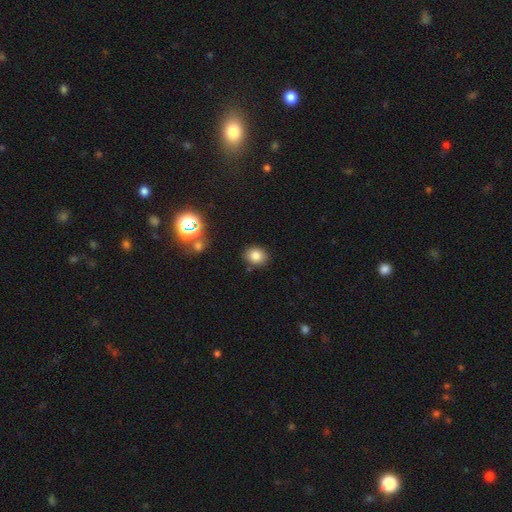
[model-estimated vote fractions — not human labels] Smooth or featured: smooth — 80% (star or artifact — 13%)
How rounded: round — 63% (in between — 36%)
Merging: none — 85% (minor disturbance — 10%)